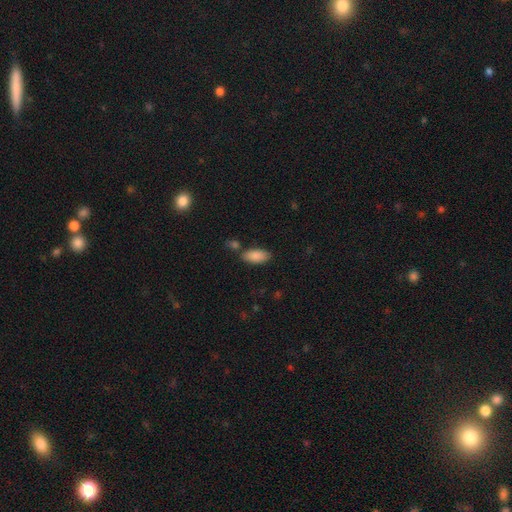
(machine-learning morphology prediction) Smooth or featured? Predicted: smooth (p=0.88). How rounded? Predicted: in between (p=0.89). Merging? Predicted: none (p=0.76).